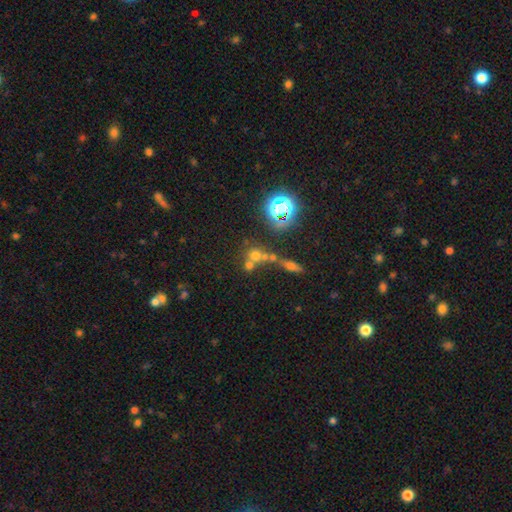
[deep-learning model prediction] smooth-or-featured: smooth: 54% | star or artifact: 31% | featured or disk: 15%
  how-rounded: round: 83% | in between: 15% | cigar-shaped: 2%
  merging: none: 46% | merger: 41% | minor disturbance: 8% | major disturbance: 5%